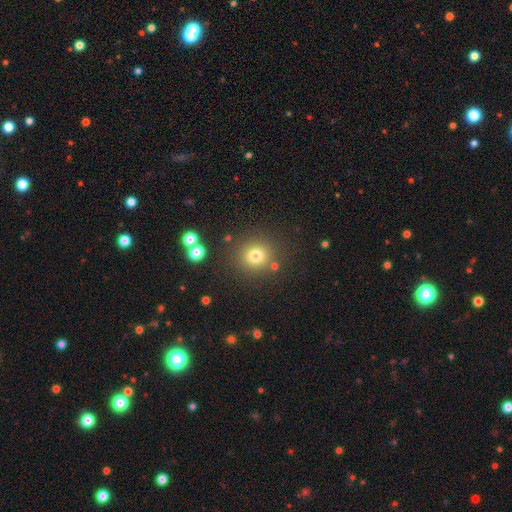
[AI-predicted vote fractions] Smooth or featured? smooth (77%)
How rounded? round (91%)
Merging? none (84%)